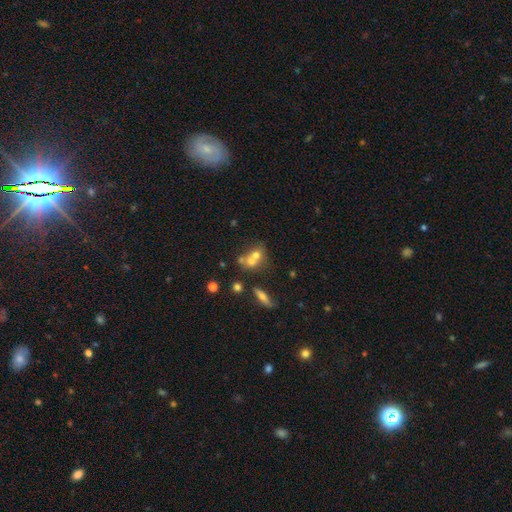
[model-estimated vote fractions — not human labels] Smooth or featured: smooth — 59% (featured or disk — 26%)
How rounded: round — 63% (in between — 35%)
Merging: merger — 60% (none — 28%)